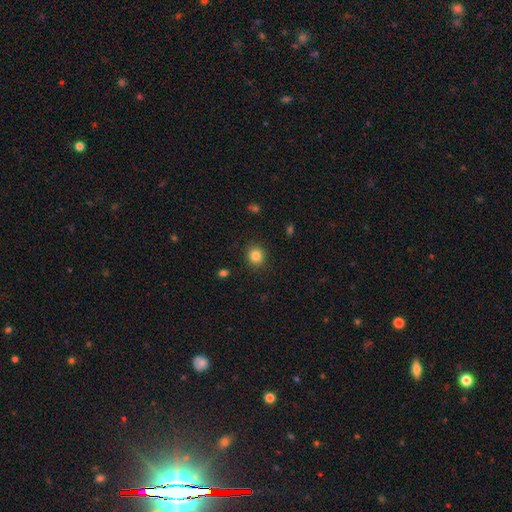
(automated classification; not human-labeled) A smooth galaxy with no disk features (84%) that is round (85%). Merging: none (90%).